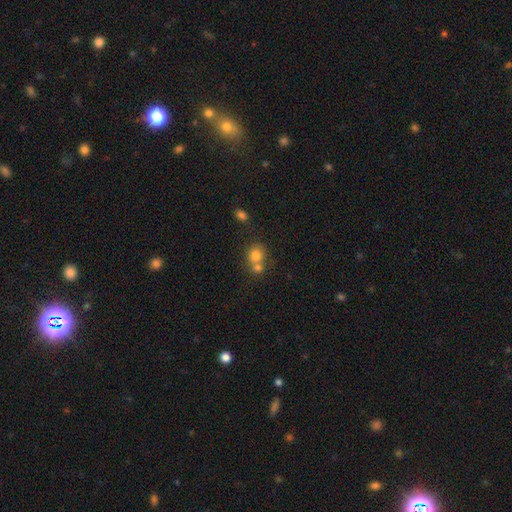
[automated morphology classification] smooth-or-featured: smooth: 79% | star or artifact: 11% | featured or disk: 11%
  how-rounded: round: 78% | in between: 21% | cigar-shaped: 1%
  merging: merger: 47% | none: 41% | minor disturbance: 8% | major disturbance: 4%